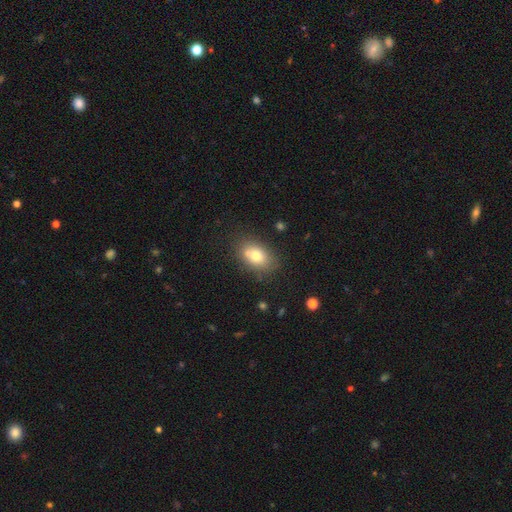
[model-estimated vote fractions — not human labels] Q: Smooth or featured?
A: smooth (76%); runner-up: featured or disk (15%)
Q: How rounded?
A: in between (84%); runner-up: round (15%)
Q: Merging?
A: none (71%); runner-up: minor disturbance (16%)